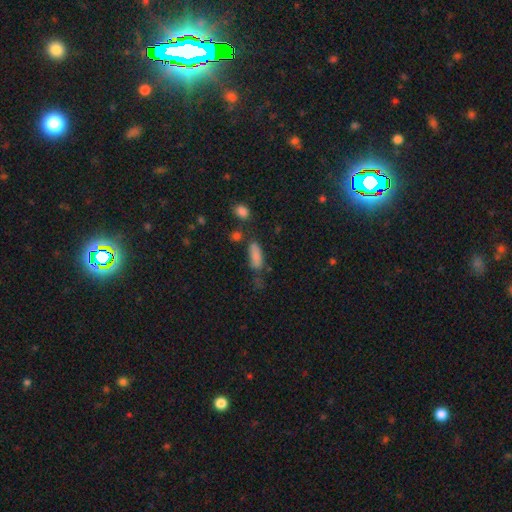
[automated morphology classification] smooth-or-featured: smooth: 81% | star or artifact: 11% | featured or disk: 8%
  how-rounded: in between: 67% | cigar-shaped: 30% | round: 3%
  merging: none: 53% | minor disturbance: 24% | major disturbance: 12% | merger: 11%